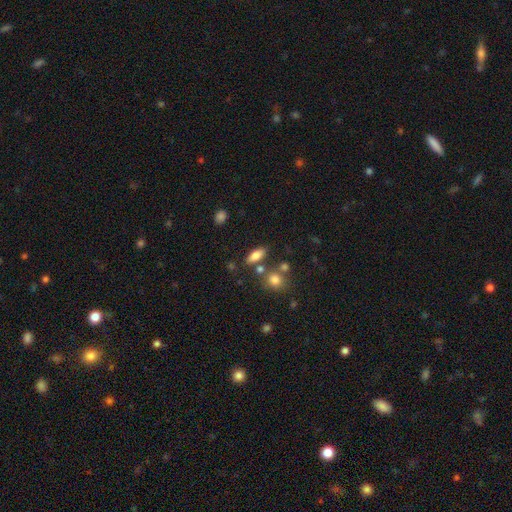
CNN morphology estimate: smooth 77%, featured or disk 14%, star or artifact 9%. Down the decision tree: how rounded — in between (77%); merging — none (72%).